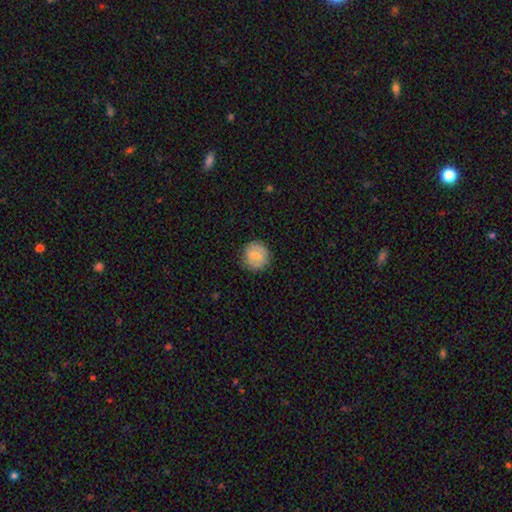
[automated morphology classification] type=smooth (65%); roundness=round (91%); merging=none (85%).